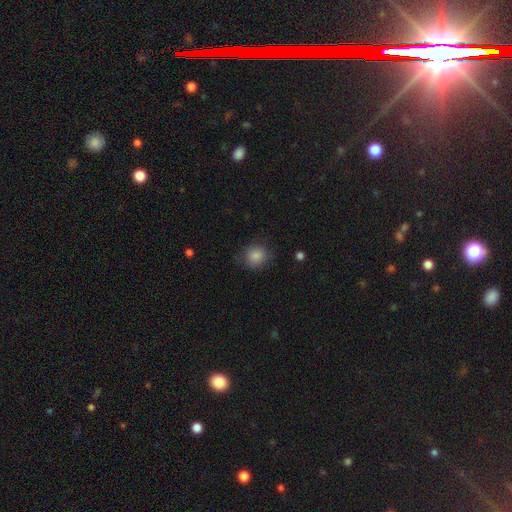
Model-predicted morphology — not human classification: Smooth or featured? Predicted: smooth (p=0.86). How rounded? Predicted: round (p=0.84). Merging? Predicted: none (p=0.80).